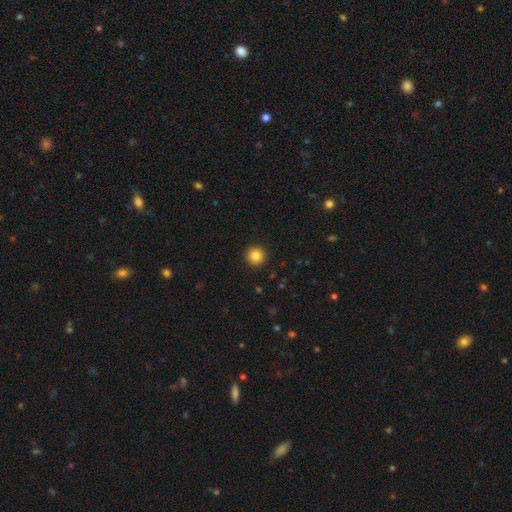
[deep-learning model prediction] This is clearly a smooth galaxy (84%). How rounded: clearly round (95%). Merging: clearly none (92%).